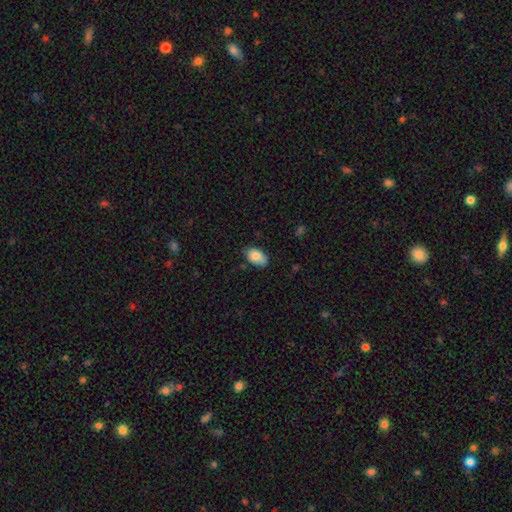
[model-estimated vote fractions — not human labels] Smooth or featured? smooth (80%)
How rounded? in between (91%)
Merging? none (74%)